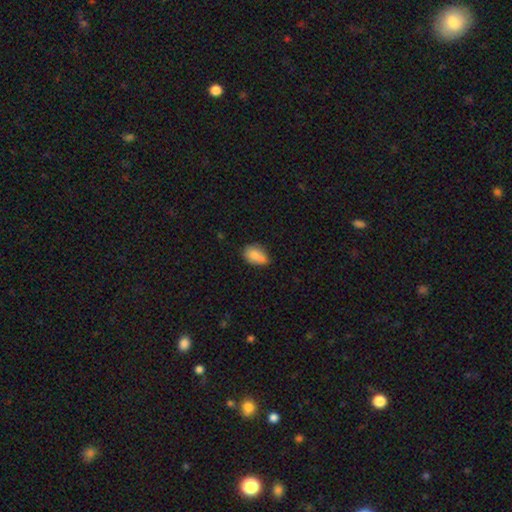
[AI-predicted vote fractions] The model was most divided on "merging": none: 49%, minor disturbance: 25%, merger: 21%, major disturbance: 6%. More confident: how rounded — in between (81%); smooth or featured — smooth (79%).